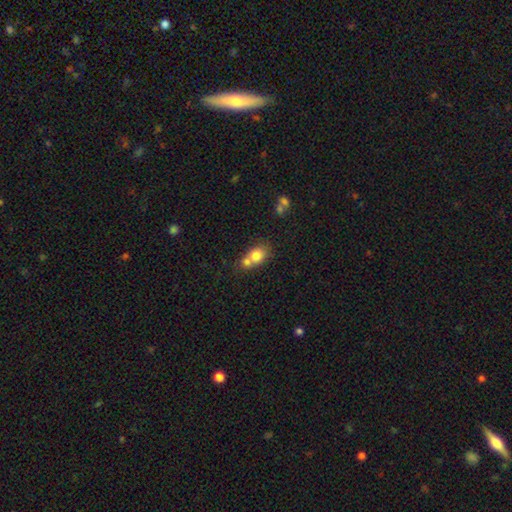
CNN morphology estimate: Smooth or featured? Predicted: smooth (p=0.75). How rounded? Predicted: round (p=0.53). Merging? Predicted: merger (p=0.56).